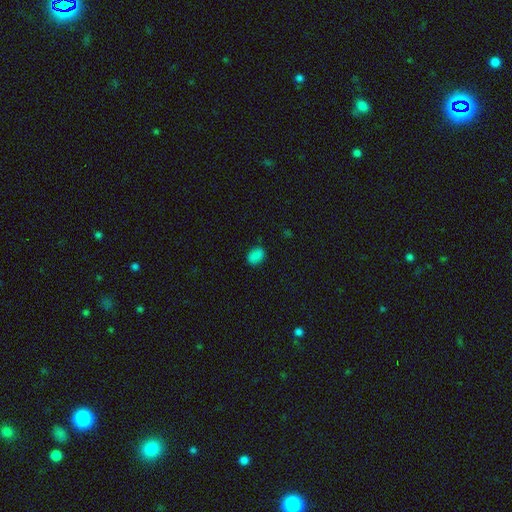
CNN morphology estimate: smooth_or_featured: smooth (p=0.84) [alt: star or artifact p=0.13]
how_rounded: in between (p=0.75) [alt: round p=0.24]
merging: none (p=0.83) [alt: minor disturbance p=0.13]